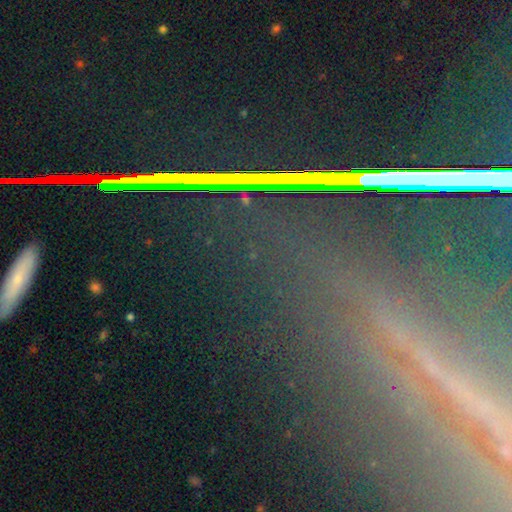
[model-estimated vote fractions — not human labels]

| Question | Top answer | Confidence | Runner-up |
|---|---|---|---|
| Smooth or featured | star or artifact | 80% | featured or disk (11%) |